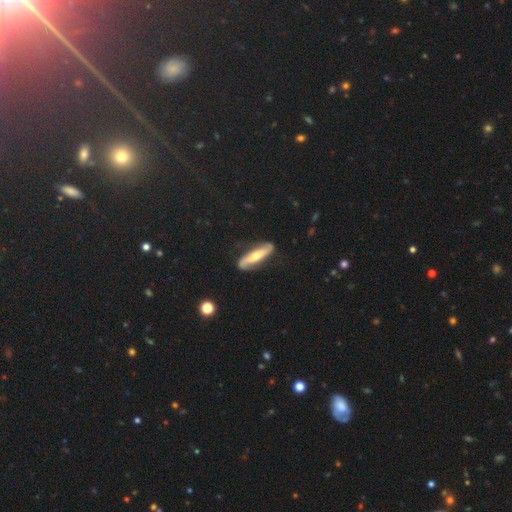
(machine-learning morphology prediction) Smooth or featured?
  - featured or disk: 67% *
  - smooth: 28%
  - star or artifact: 5%
Edge-on disk?
  - no: 59% *
  - yes: 41%
Merging?
  - none: 80% *
  - minor disturbance: 14%
  - major disturbance: 4%
  - merger: 2%